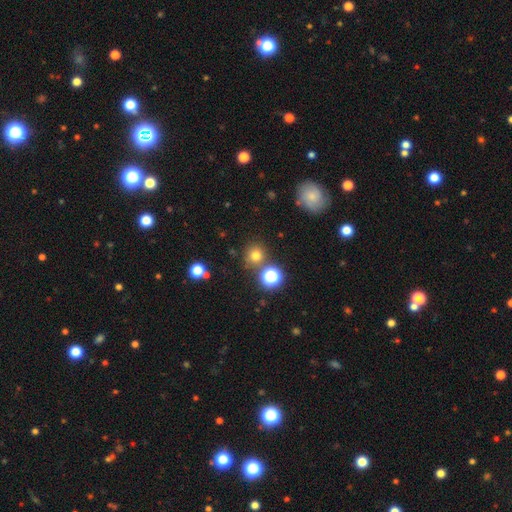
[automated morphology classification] This appears to be a smooth galaxy with no disk features (72%) that is round (91%). Merging: none (79%).